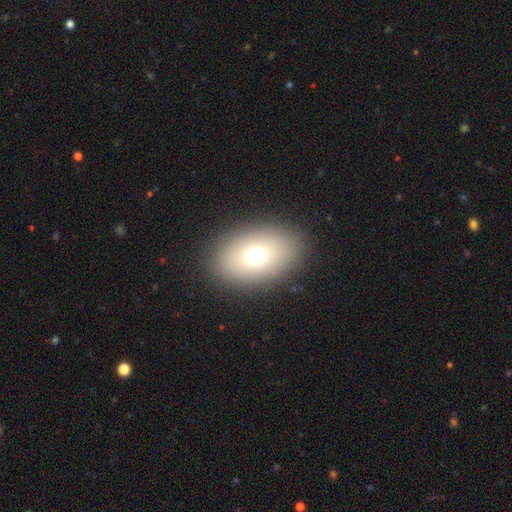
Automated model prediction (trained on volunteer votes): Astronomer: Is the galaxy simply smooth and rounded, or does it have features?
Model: smooth — 70%.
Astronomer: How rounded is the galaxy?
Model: in between — 79%.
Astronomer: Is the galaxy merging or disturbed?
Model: none — 87%.